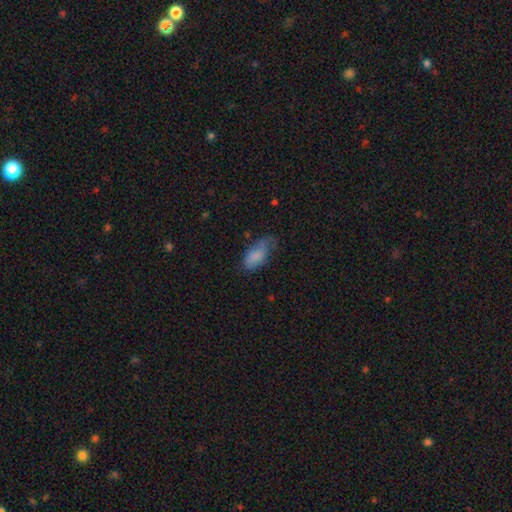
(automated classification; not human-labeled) This is likely a smooth galaxy (77%). How rounded: clearly in between (91%). Merging: marginally none (43%).